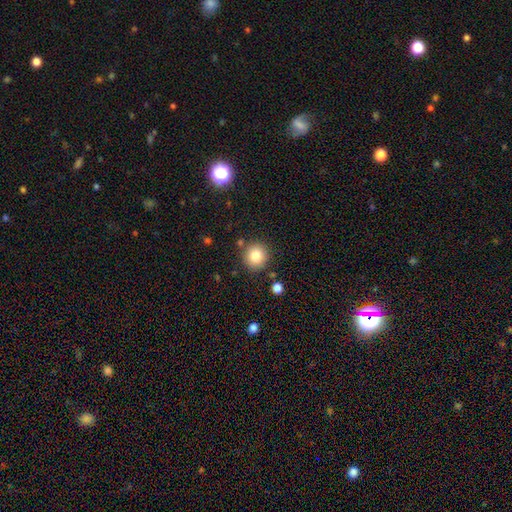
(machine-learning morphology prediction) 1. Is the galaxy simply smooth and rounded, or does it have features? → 81% smooth, 11% star or artifact, 8% featured or disk.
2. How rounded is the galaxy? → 93% round, 6% in between, 1% cigar-shaped.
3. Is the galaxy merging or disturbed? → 87% none, 7% minor disturbance, 4% merger, 2% major disturbance.